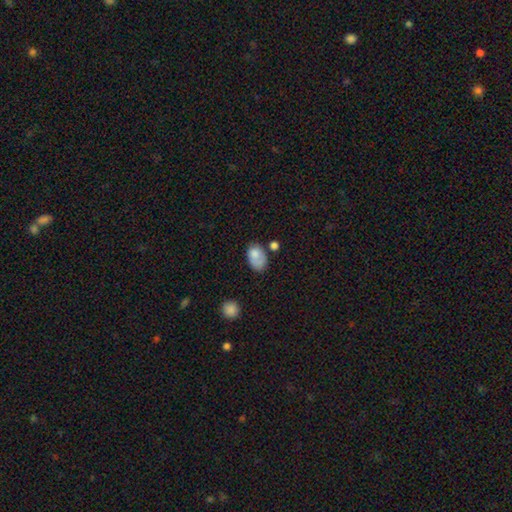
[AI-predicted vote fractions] A smooth galaxy with no disk features (78%) that is in between round and cigar-shaped (83%).

Vote fractions:
- Smooth or featured? smooth: 78% / featured or disk: 14% / star or artifact: 8%
- How rounded? in between: 83% / round: 16% / cigar-shaped: 1%
- Merging? none: 45% / minor disturbance: 30% / major disturbance: 14% / merger: 12%